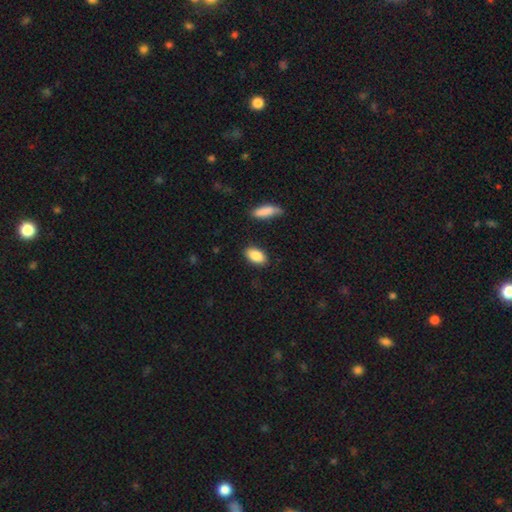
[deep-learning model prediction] Overall: smooth (86%). How rounded: in between (91%). Merging: none (85%).